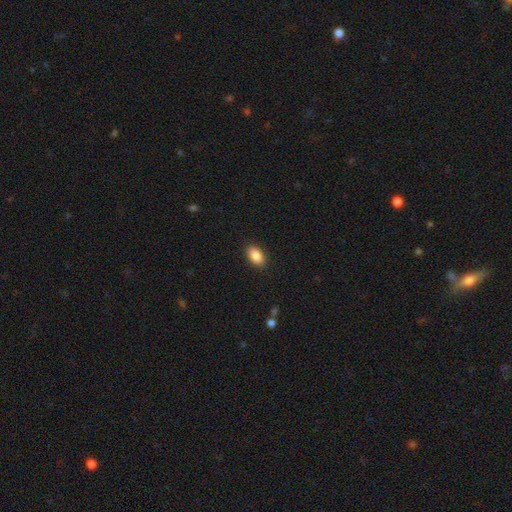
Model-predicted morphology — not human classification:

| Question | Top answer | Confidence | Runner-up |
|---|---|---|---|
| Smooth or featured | smooth | 89% | star or artifact (7%) |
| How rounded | in between | 91% | round (7%) |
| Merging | none | 89% | minor disturbance (8%) |